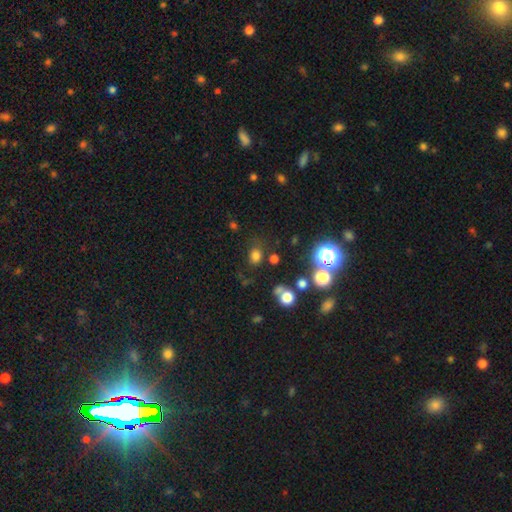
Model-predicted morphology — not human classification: Smooth or featured? Predicted: smooth (p=0.72). How rounded? Predicted: round (p=0.63). Merging? Predicted: none (p=0.75).